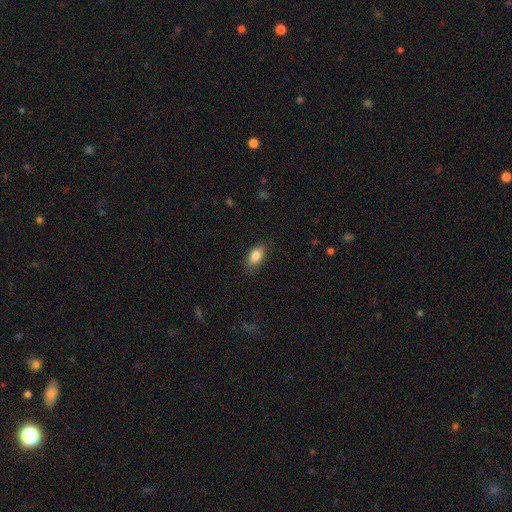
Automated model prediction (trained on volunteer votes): smooth_or_featured: smooth (p=0.84) [alt: featured or disk p=0.08]
how_rounded: in between (p=0.90) [alt: round p=0.06]
merging: none (p=0.82) [alt: minor disturbance p=0.14]